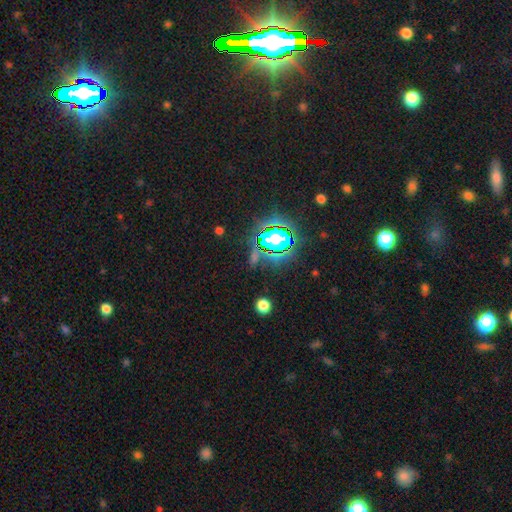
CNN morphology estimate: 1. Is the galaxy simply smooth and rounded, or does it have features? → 66% star or artifact, 22% smooth, 11% featured or disk.